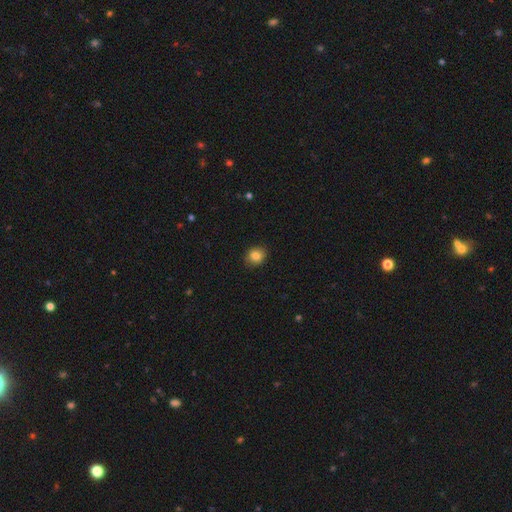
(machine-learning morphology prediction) smooth 84%, star or artifact 10%, featured or disk 6%. Down the decision tree: how rounded — round (72%); merging — none (89%).